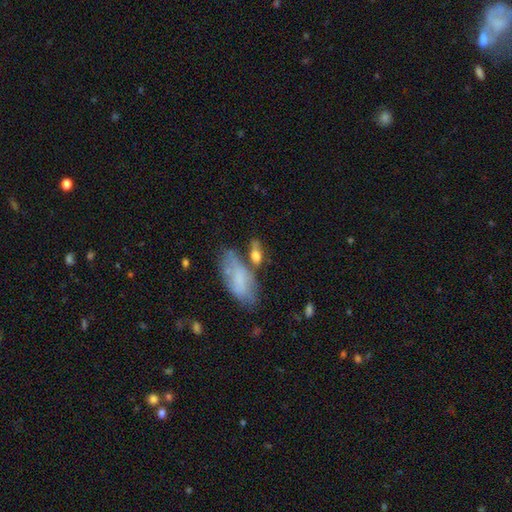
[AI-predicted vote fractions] A smooth galaxy with no disk features (65%) that is in between round and cigar-shaped (75%).

Vote fractions:
- Smooth or featured? smooth: 65% / featured or disk: 27% / star or artifact: 8%
- How rounded? in between: 75% / cigar-shaped: 16% / round: 9%
- Merging? none: 48% / merger: 23% / minor disturbance: 19% / major disturbance: 10%